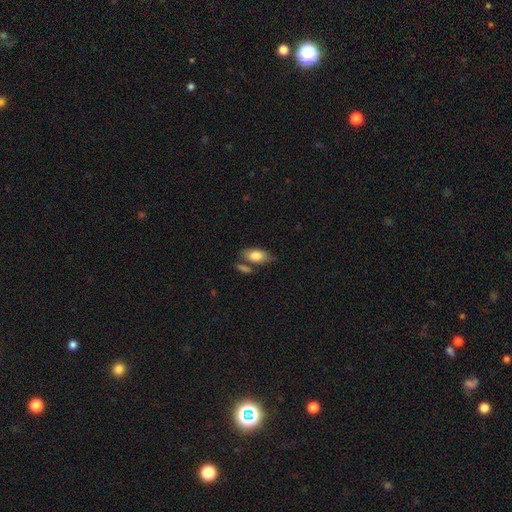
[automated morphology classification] This is likely a smooth galaxy (78%). How rounded: clearly in between (88%). Merging: likely none (61%).